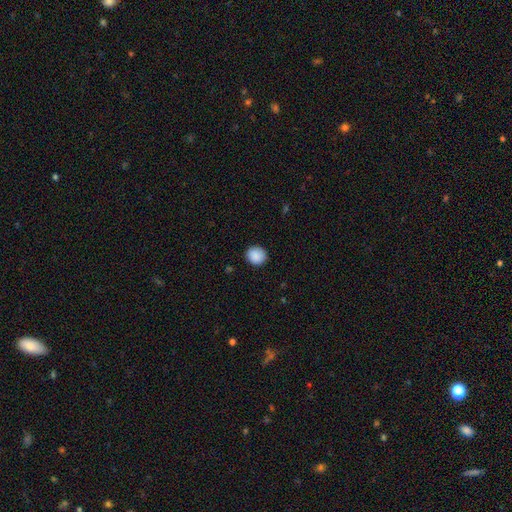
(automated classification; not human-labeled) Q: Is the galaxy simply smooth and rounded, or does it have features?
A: smooth — 90%.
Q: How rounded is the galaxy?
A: round — 85%.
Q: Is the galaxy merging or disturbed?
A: none — 90%.